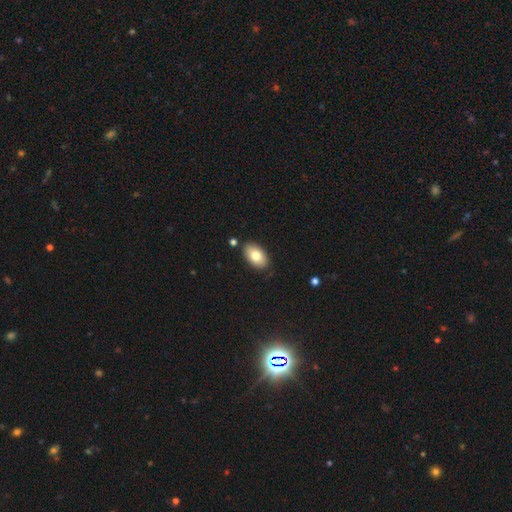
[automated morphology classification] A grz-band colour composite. It shows a smooth galaxy with no disk features (78%) that is in between round and cigar-shaped (93%). Merging: none (84%).